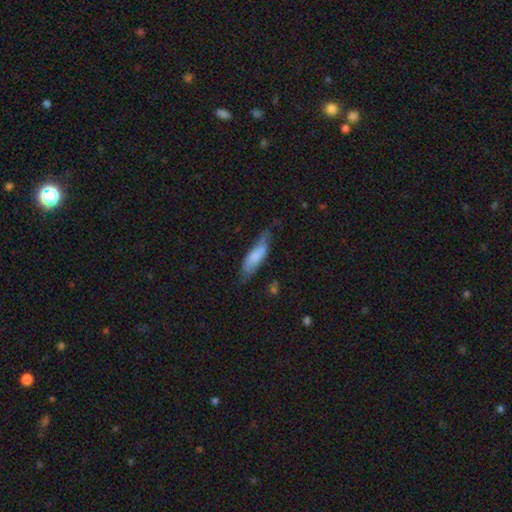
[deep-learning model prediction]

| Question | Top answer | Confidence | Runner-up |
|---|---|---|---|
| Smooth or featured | smooth | 69% | featured or disk (25%) |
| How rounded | cigar-shaped | 54% | in between (44%) |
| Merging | none | 52% | minor disturbance (33%) |